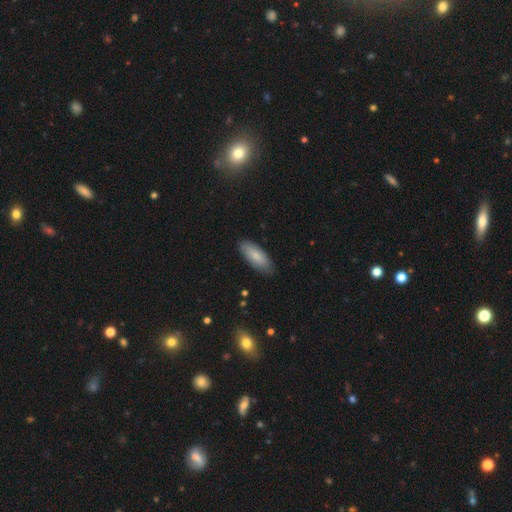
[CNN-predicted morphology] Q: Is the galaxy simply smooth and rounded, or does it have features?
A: smooth — 83%.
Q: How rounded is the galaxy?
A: in between — 77%.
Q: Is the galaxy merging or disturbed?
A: none — 84%.